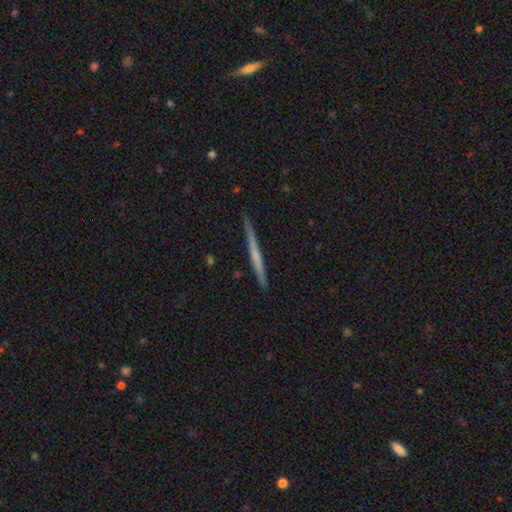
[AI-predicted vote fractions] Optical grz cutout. It shows a featured or disk galaxy (51%) viewed edge-on (98%). Merging: none (90%).